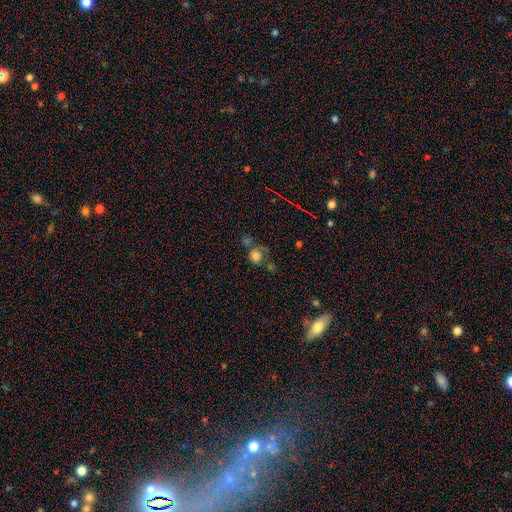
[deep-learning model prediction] A smooth galaxy with no disk features (69%) that is round (84%).

Vote fractions:
- Smooth or featured? smooth: 69% / featured or disk: 16% / star or artifact: 15%
- How rounded? round: 84% / in between: 15% / cigar-shaped: 1%
- Merging? none: 41% / merger: 24% / major disturbance: 19% / minor disturbance: 16%